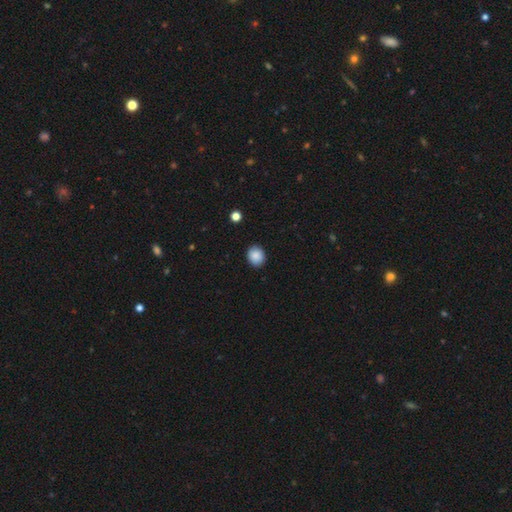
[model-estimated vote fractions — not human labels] A smooth galaxy with no disk features (88%) that is round (70%).

Vote fractions:
- Smooth or featured? smooth: 88% / star or artifact: 8% / featured or disk: 4%
- How rounded? round: 70% / in between: 29% / cigar-shaped: 1%
- Merging? none: 89% / minor disturbance: 8% / major disturbance: 2% / merger: 1%